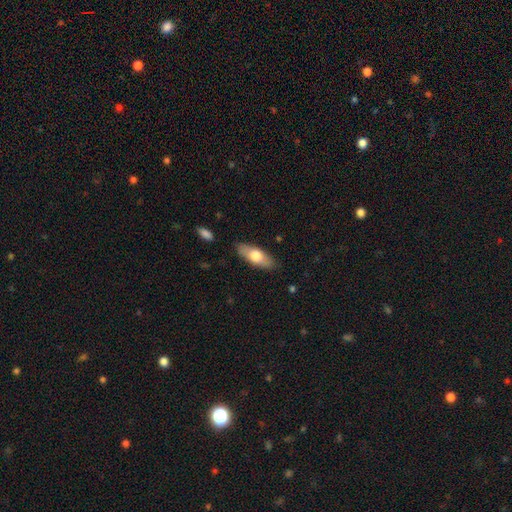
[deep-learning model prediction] The model was most divided on "smooth or featured": smooth: 65%, featured or disk: 29%, star or artifact: 6%. More confident: merging — none (85%); how rounded — in between (74%).